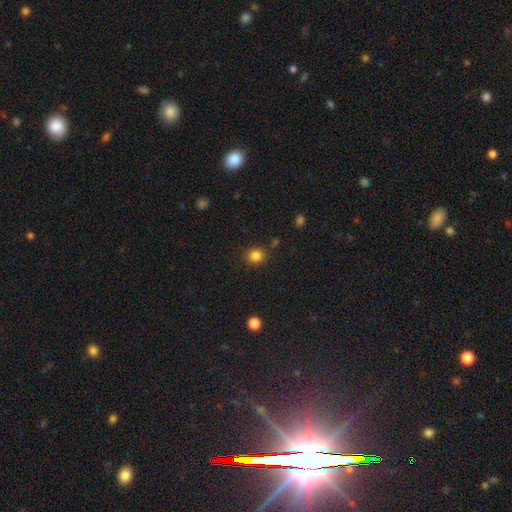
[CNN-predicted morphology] type=smooth (84%); roundness=round (80%); merging=none (84%).